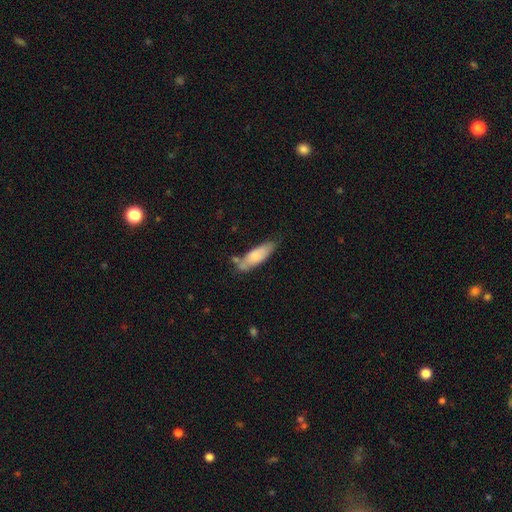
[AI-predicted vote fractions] This is likely a smooth galaxy (74%). How rounded: possibly in between (55%). Merging: likely none (61%).